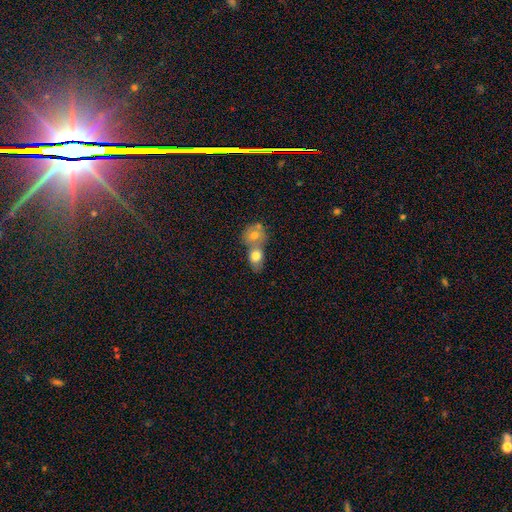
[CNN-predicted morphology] smooth-or-featured: smooth: 74% | featured or disk: 18% | star or artifact: 8%
  how-rounded: in between: 58% | round: 39% | cigar-shaped: 3%
  merging: merger: 68% | none: 22% | minor disturbance: 7% | major disturbance: 3%